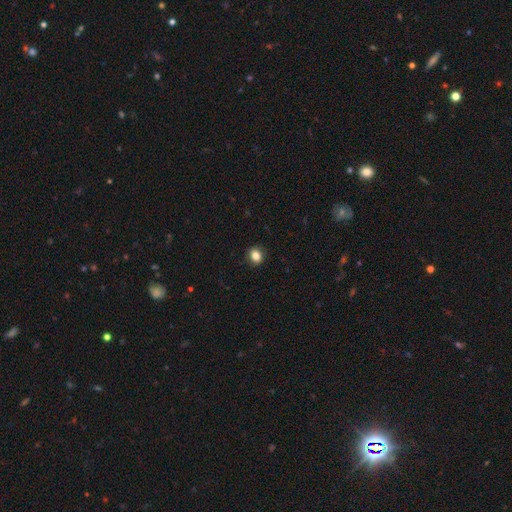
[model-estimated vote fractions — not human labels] Smooth or featured: smooth — 84% (star or artifact — 10%)
How rounded: round — 62% (in between — 37%)
Merging: none — 89% (minor disturbance — 8%)